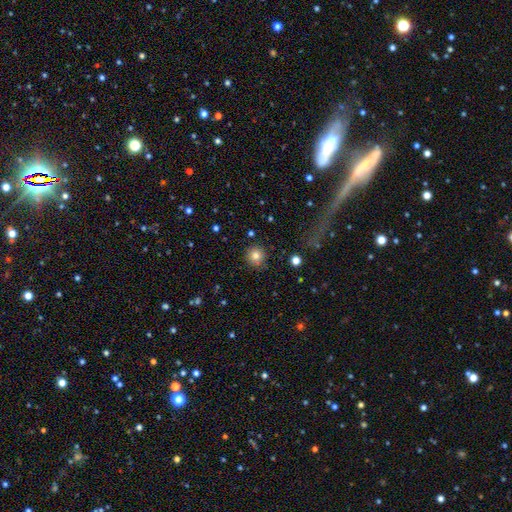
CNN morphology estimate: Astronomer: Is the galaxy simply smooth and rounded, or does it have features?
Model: smooth — 80%.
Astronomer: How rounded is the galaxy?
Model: round — 92%.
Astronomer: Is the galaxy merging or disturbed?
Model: none — 87%.